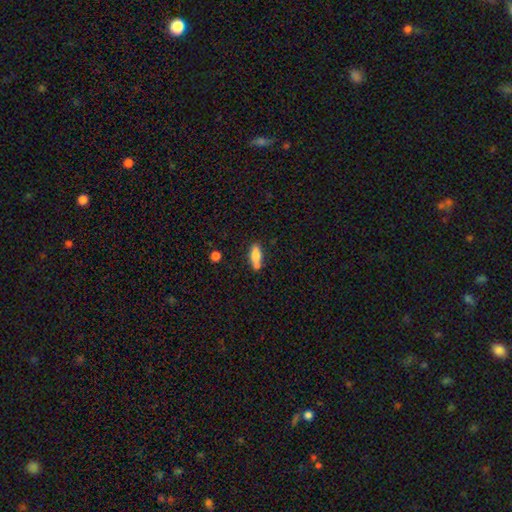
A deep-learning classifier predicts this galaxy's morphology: This appears to be a smooth galaxy with no disk features (77%) that is in between round and cigar-shaped (62%). Merging: none (58%).